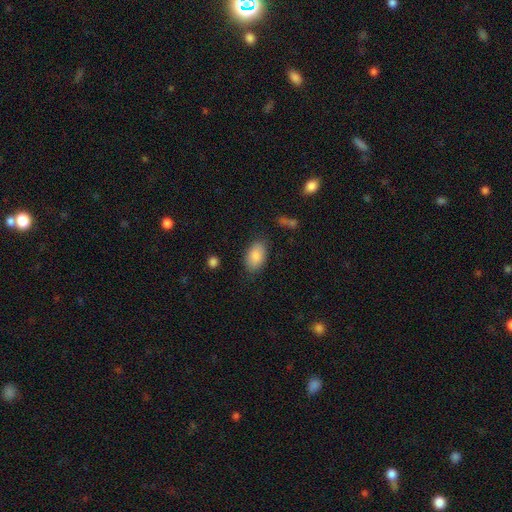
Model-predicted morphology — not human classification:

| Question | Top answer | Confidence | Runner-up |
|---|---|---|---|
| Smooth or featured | smooth | 86% | featured or disk (7%) |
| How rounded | in between | 93% | round (6%) |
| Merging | none | 81% | minor disturbance (13%) |